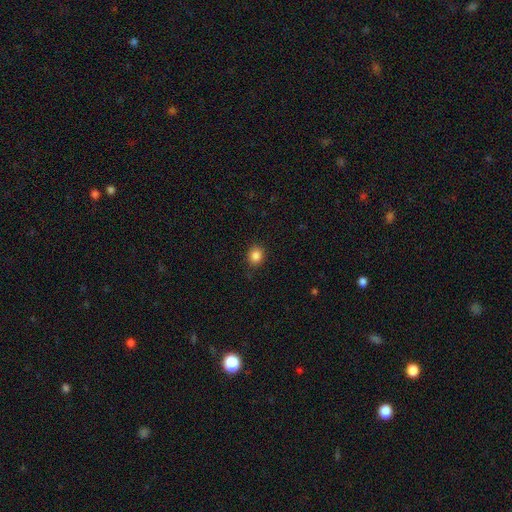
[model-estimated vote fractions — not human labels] Smooth or featured?
  - smooth: 86% *
  - star or artifact: 10%
  - featured or disk: 4%
How rounded?
  - round: 71% *
  - in between: 28%
  - cigar-shaped: 1%
Merging?
  - none: 88% *
  - minor disturbance: 9%
  - major disturbance: 2%
  - merger: 1%